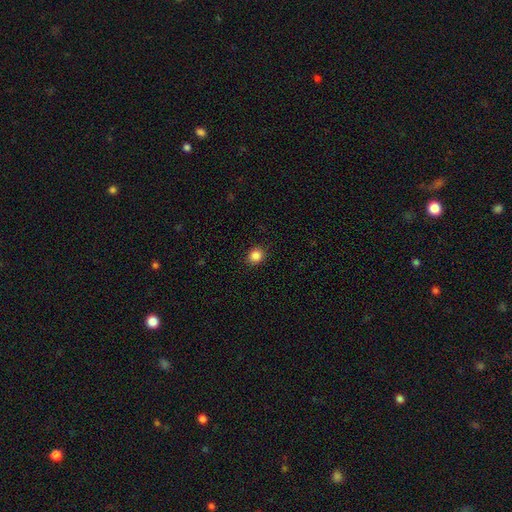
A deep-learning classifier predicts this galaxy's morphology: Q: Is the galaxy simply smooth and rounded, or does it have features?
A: smooth — 86%.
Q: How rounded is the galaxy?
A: round — 79%.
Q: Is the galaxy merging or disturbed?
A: none — 90%.